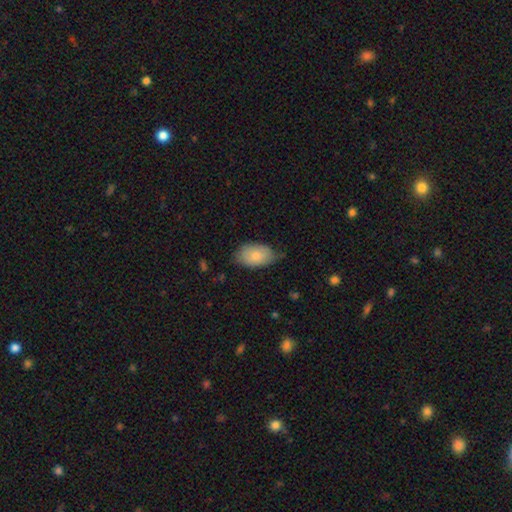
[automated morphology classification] smooth-or-featured: smooth: 82% | featured or disk: 12% | star or artifact: 6%
  how-rounded: in between: 92% | round: 6% | cigar-shaped: 1%
  merging: none: 64% | minor disturbance: 29% | major disturbance: 5% | merger: 2%